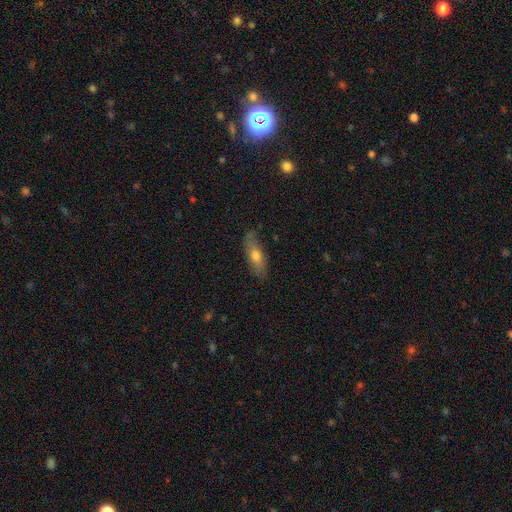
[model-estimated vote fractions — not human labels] Smooth or featured: smooth — 61% (featured or disk — 32%)
How rounded: in between — 57% (cigar-shaped — 40%)
Merging: none — 80% (minor disturbance — 16%)